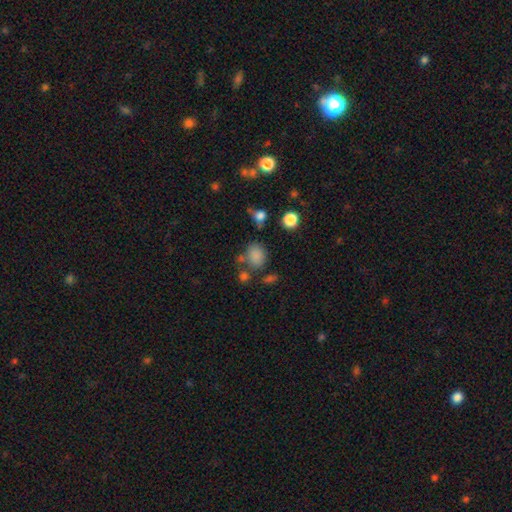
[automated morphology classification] Smooth or featured? smooth (80%)
How rounded? round (53%)
Merging? none (64%)